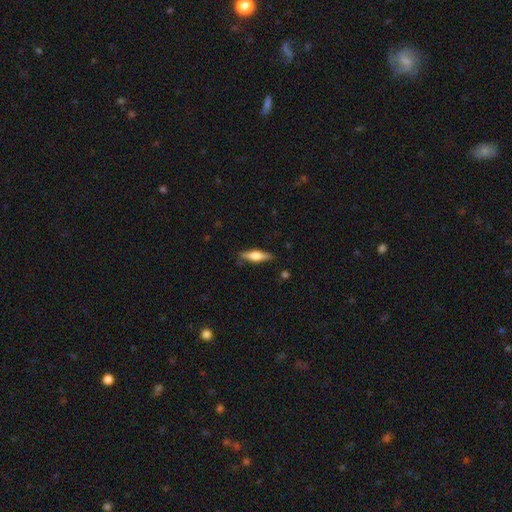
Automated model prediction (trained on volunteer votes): Overall: featured or disk (49%; smooth 45%). Merging: none (82%).